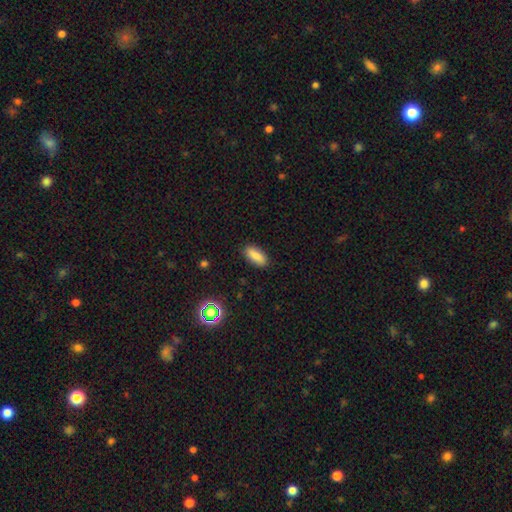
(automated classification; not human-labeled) Overall: smooth (84%). How rounded: in between (84%). Merging: none (88%).